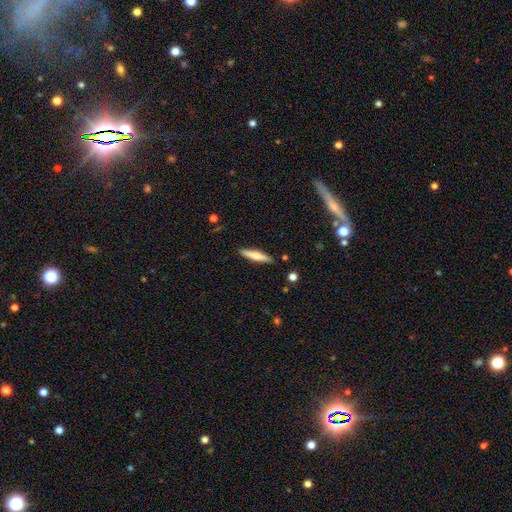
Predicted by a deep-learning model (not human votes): smooth-or-featured: smooth: 63% | featured or disk: 32% | star or artifact: 6%
  how-rounded: cigar-shaped: 85% | in between: 14% | round: 2%
  merging: none: 89% | minor disturbance: 8% | major disturbance: 2% | merger: 2%